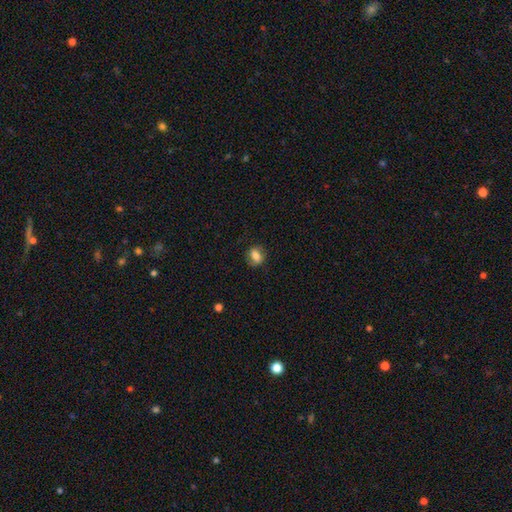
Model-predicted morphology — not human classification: Overall: smooth (76%). How rounded: in between (53%; round 45%). Merging: none (80%).